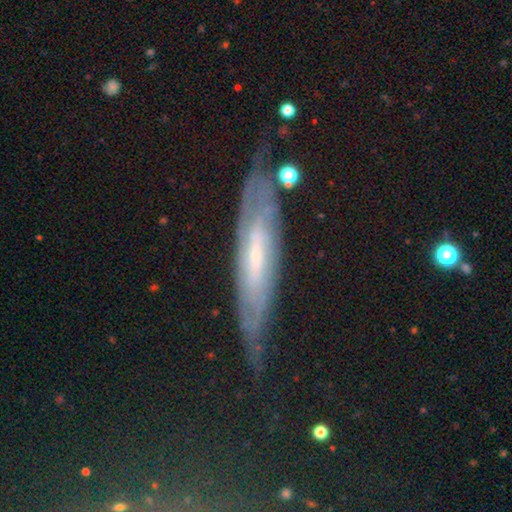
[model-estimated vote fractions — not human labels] smooth_or_featured: featured or disk (p=0.75) [alt: smooth p=0.18]
disk_edge_on: no (p=0.61) [alt: yes p=0.39]
merging: none (p=0.66) [alt: minor disturbance p=0.21]